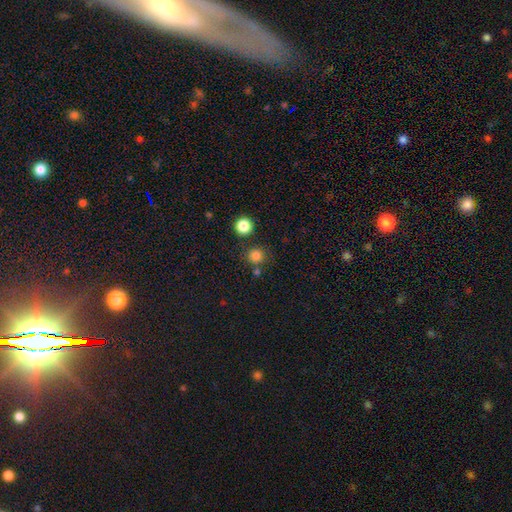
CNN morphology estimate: smooth_or_featured: smooth (p=0.81) [alt: star or artifact p=0.15]
how_rounded: round (p=0.92) [alt: in between p=0.07]
merging: none (p=0.78) [alt: merger p=0.11]